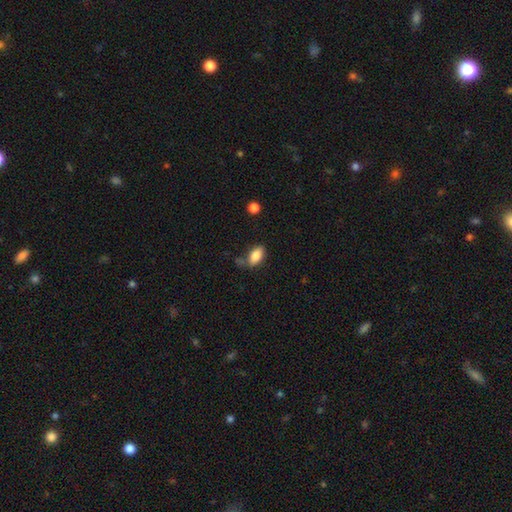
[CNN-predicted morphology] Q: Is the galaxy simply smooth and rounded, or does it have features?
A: smooth — 84%.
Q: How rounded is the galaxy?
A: in between — 90%.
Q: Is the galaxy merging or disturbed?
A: none — 65%.